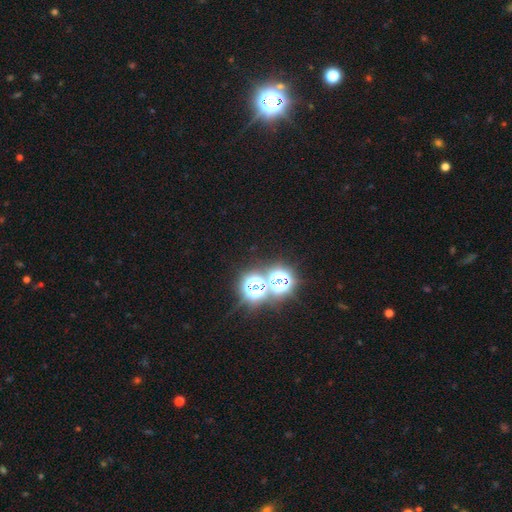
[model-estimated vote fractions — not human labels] A star or artifact, not a galaxy (72%).

Vote fractions:
- Smooth or featured? star or artifact: 72% / smooth: 21% / featured or disk: 7%